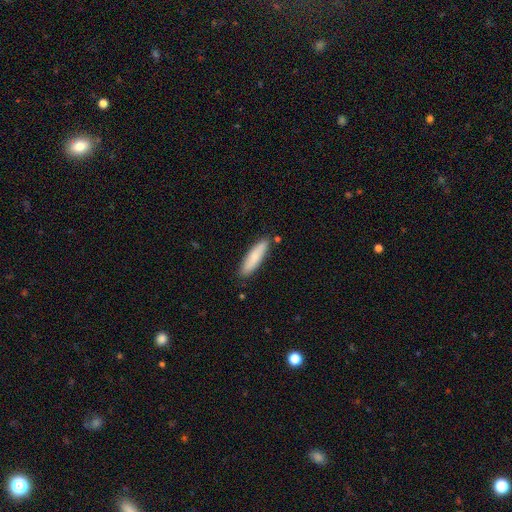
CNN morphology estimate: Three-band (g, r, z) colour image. It shows a smooth galaxy with no disk features (76%) that is cigar-shaped (72%). Merging: none (84%).